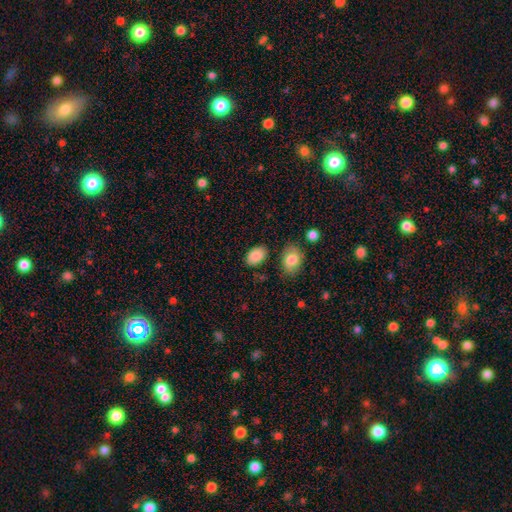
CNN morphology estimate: Smooth or featured? smooth (87%)
How rounded? in between (89%)
Merging? none (82%)